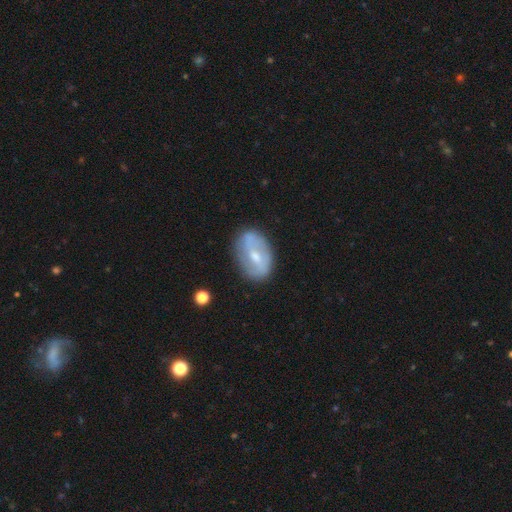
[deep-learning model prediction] Smooth or featured: featured or disk — 57% (smooth — 37%)
Edge-on disk: no — 94% (yes — 6%)
Bar: weak — 46% (strong — 28%)
Spiral arms: yes — 51% (no — 49%)
Bulge size: moderate — 55% (small — 38%)
Merging: none — 74% (minor disturbance — 18%)